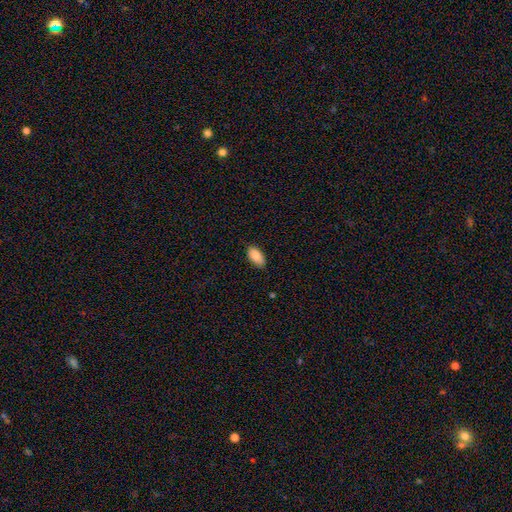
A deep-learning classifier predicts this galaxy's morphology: smooth-or-featured: smooth: 87% | star or artifact: 7% | featured or disk: 6%
  how-rounded: in between: 93% | cigar-shaped: 5% | round: 2%
  merging: none: 83% | minor disturbance: 14% | major disturbance: 2% | merger: 1%